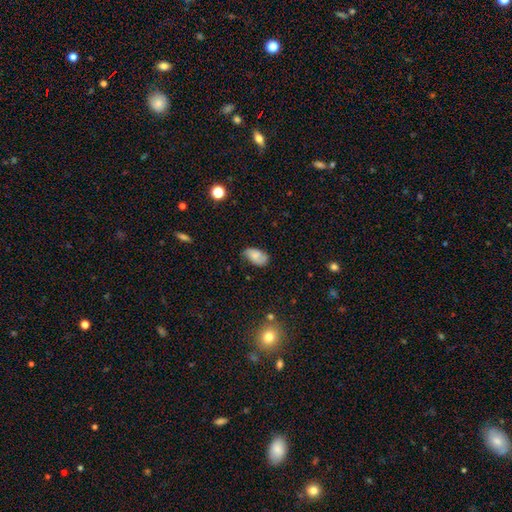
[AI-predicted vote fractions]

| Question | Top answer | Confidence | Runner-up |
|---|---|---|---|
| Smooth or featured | smooth | 65% | featured or disk (26%) |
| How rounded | in between | 92% | round (6%) |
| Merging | none | 63% | minor disturbance (29%) |